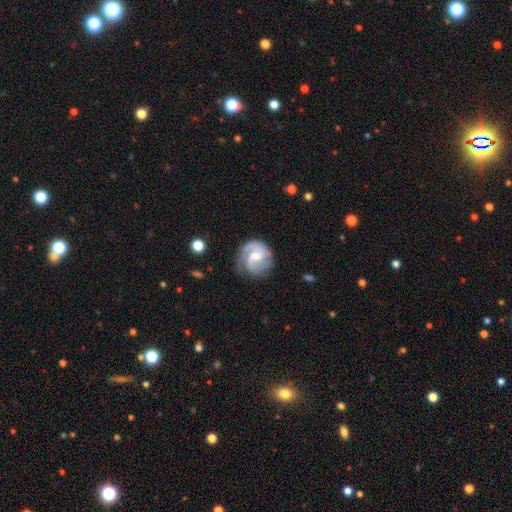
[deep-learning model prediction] This appears to be a featured or disk galaxy (78%) with a weak bar (53%), 2 (58%) medium (46%) spiral arms (95%) and a moderate central bulge (46%). Merging: none (67%).